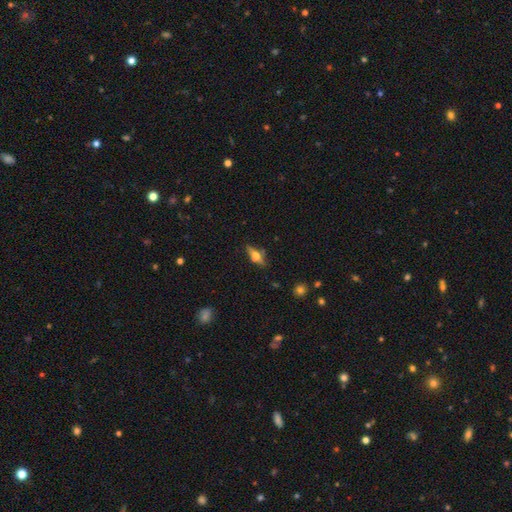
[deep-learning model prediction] Smooth or featured: featured or disk — 47% (smooth — 41%)
Merging: none — 69% (minor disturbance — 18%)